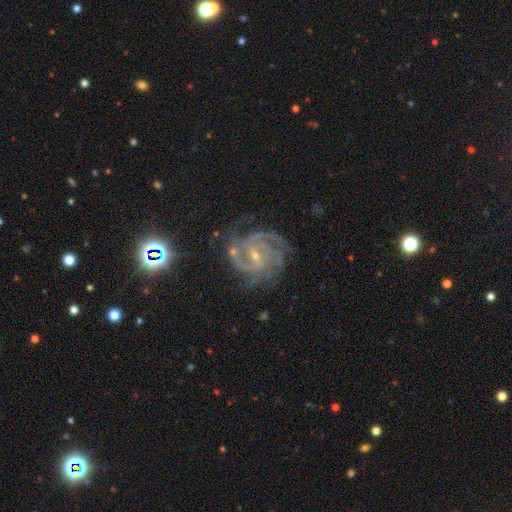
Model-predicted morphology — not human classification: Smooth or featured: featured or disk — 89% (star or artifact — 7%)
Edge-on disk: no — 98% (yes — 2%)
Bar: weak — 48% (no — 33%)
Spiral arms: yes — 98% (no — 2%)
Spiral winding: tight — 56% (medium — 39%)
Spiral arm count: 3 — 37% (4 — 22%)
Bulge size: small — 72% (moderate — 24%)
Merging: none — 67% (minor disturbance — 20%)